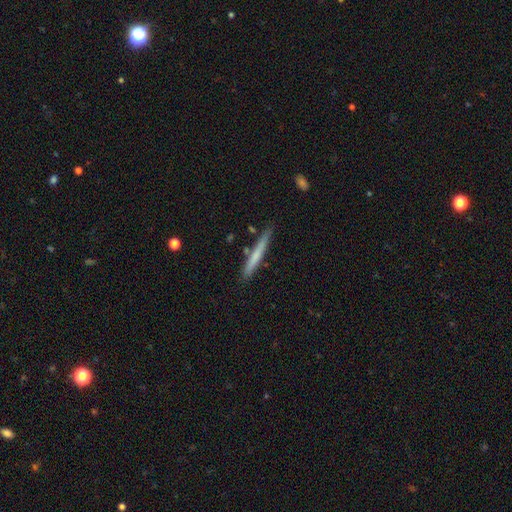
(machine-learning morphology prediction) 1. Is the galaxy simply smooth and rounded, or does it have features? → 62% smooth, 32% featured or disk, 6% star or artifact.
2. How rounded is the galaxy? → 96% cigar-shaped, 3% in between, 1% round.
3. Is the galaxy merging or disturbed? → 82% none, 13% minor disturbance, 3% merger, 2% major disturbance.